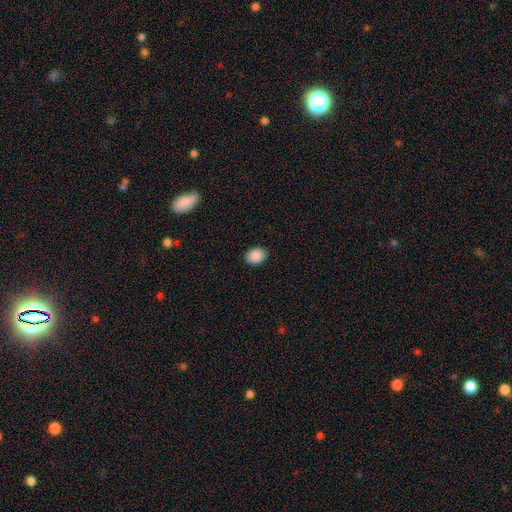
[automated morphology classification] This is clearly a smooth galaxy (89%). How rounded: likely in between (62%). Merging: clearly none (89%).